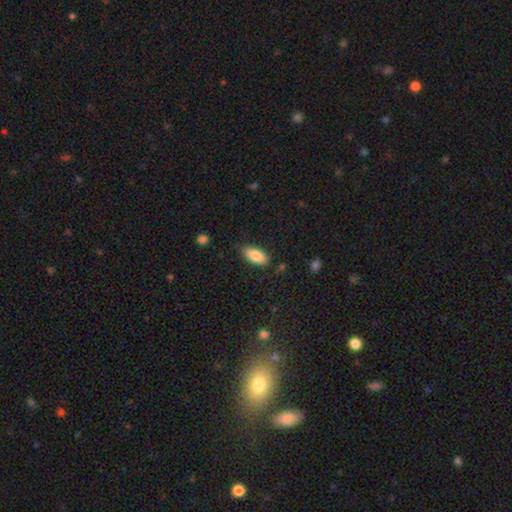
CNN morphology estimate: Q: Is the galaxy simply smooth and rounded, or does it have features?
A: smooth — 84%.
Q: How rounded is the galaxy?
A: in between — 89%.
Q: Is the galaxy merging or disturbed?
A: none — 84%.